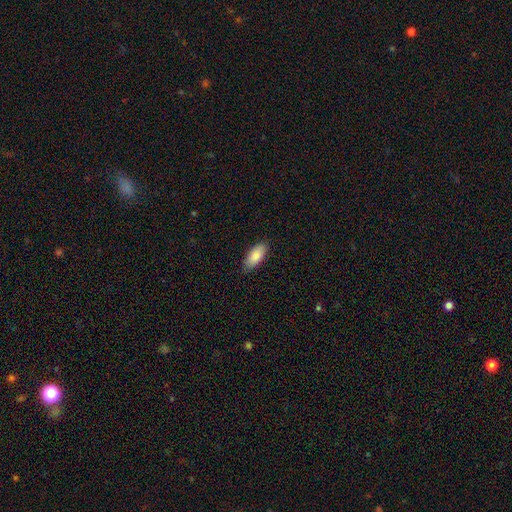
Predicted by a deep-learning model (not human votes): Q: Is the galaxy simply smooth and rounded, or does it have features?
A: smooth — 87%.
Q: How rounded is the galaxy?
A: in between — 85%.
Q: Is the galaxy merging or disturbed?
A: none — 86%.